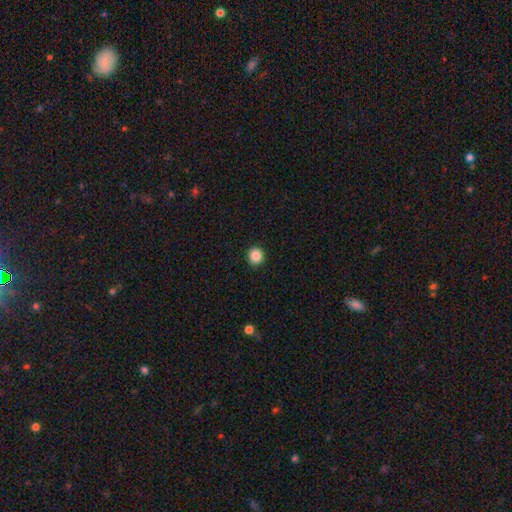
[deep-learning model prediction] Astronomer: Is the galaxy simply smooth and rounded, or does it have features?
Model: smooth — 87%.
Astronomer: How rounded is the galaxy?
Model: round — 92%.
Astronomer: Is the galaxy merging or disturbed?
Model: none — 93%.